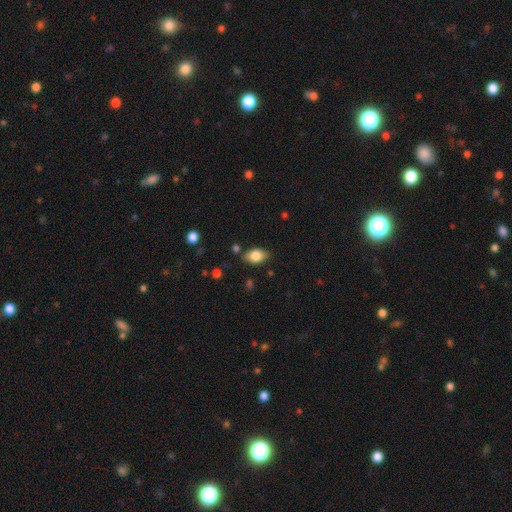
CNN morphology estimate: The model was most divided on "merging": none: 78%, minor disturbance: 16%, major disturbance: 3%, merger: 3%. More confident: how rounded — in between (87%); smooth or featured — smooth (80%).